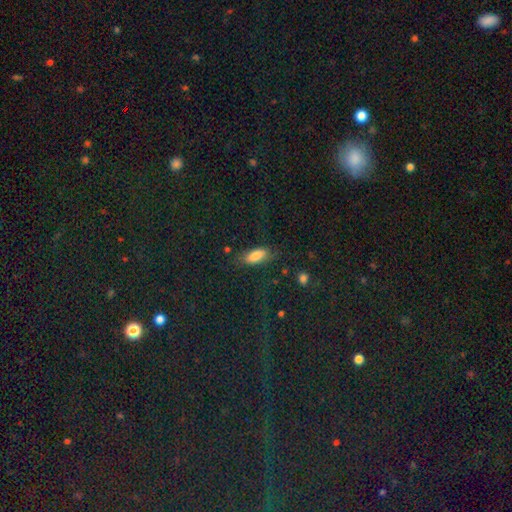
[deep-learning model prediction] This is likely a smooth galaxy (79%). How rounded: clearly in between (81%). Merging: likely none (72%).